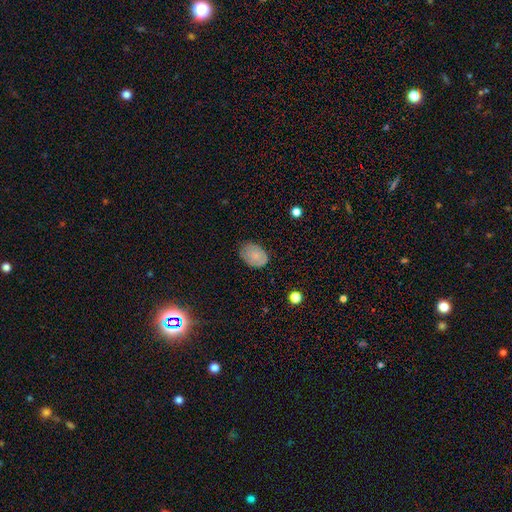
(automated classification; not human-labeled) Q: Smooth or featured?
A: smooth (66%); runner-up: featured or disk (26%)
Q: How rounded?
A: in between (79%); runner-up: round (20%)
Q: Merging?
A: none (75%); runner-up: minor disturbance (20%)